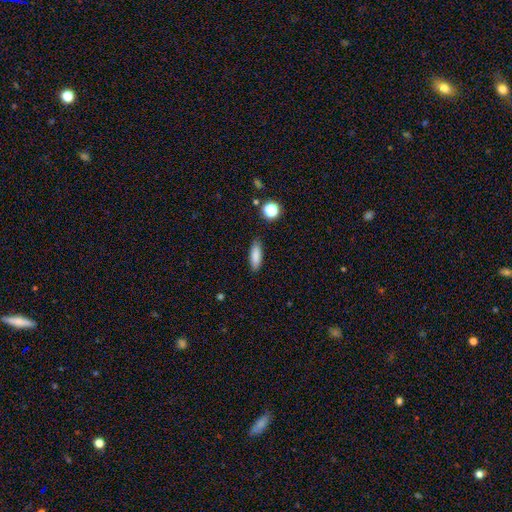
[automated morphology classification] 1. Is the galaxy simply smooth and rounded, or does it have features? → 85% smooth, 8% star or artifact, 6% featured or disk.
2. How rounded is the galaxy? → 57% in between, 41% cigar-shaped, 3% round.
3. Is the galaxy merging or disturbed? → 87% none, 9% minor disturbance, 2% major disturbance, 2% merger.